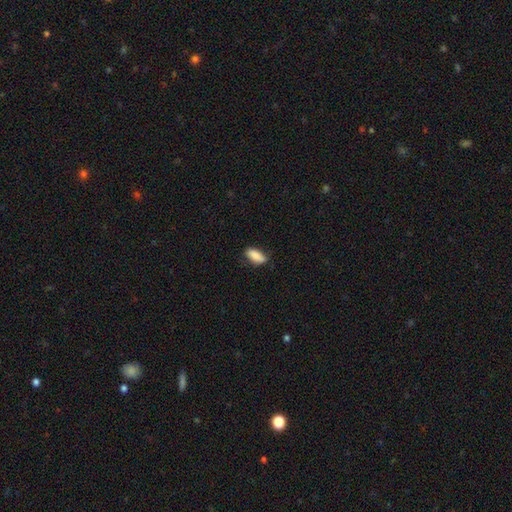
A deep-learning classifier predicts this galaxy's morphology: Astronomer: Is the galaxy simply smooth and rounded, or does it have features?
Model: smooth — 88%.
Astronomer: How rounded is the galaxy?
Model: in between — 85%.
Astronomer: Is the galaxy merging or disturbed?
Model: none — 71%.